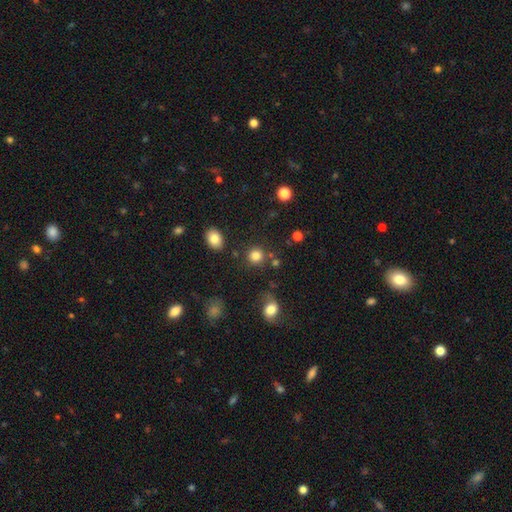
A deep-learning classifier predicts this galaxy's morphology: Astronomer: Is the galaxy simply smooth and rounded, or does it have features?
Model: smooth — 83%.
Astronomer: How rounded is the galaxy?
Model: round — 90%.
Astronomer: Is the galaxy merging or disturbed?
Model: none — 84%.